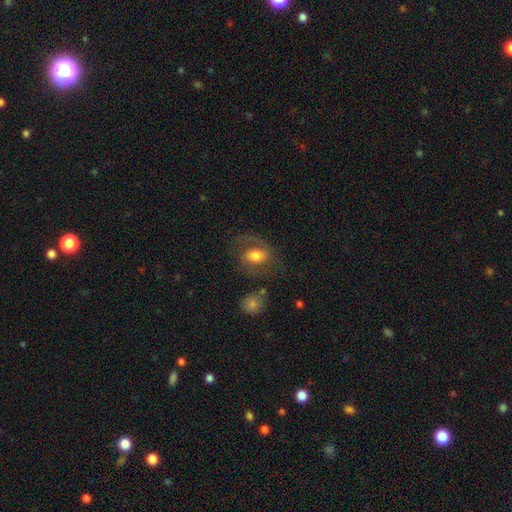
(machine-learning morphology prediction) This appears to be a featured or disk galaxy (53%) with no bar (41%), spiral arms (74%) and a moderate central bulge (59%). Merging: none (61%).